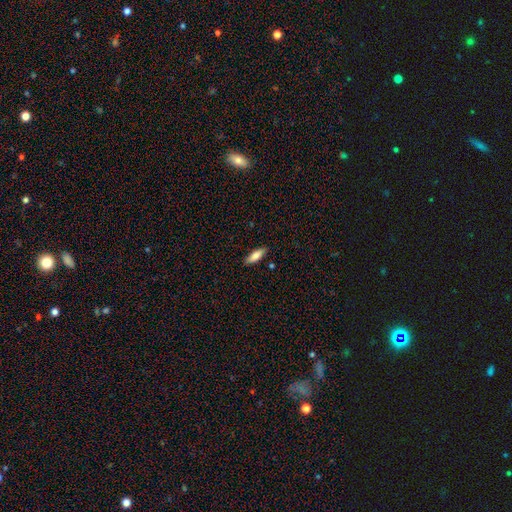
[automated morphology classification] Overall: smooth (81%). How rounded: in between (56%; cigar-shaped 42%). Merging: none (86%).